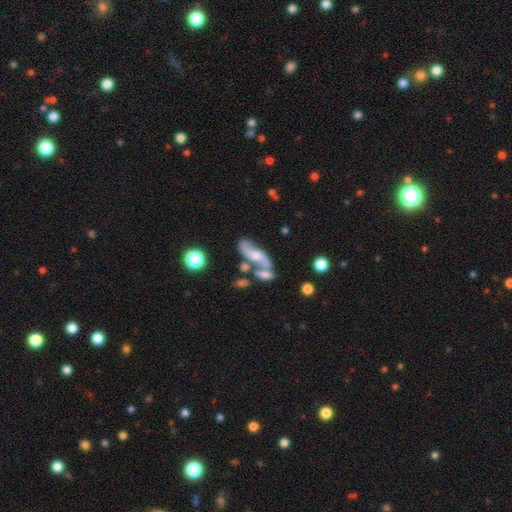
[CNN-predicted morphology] Smooth or featured: featured or disk — 66% (smooth — 25%)
Edge-on disk: no — 85% (yes — 15%)
Bar: no — 57% (weak — 31%)
Spiral arms: yes — 84% (no — 16%)
Bulge size: moderate — 40% (small — 32%)
Merging: merger — 41% (none — 34%)